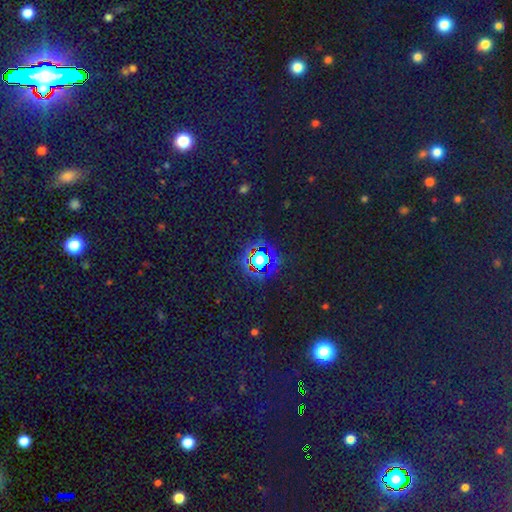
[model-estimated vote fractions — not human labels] star or artifact 75%, smooth 16%, featured or disk 10%.